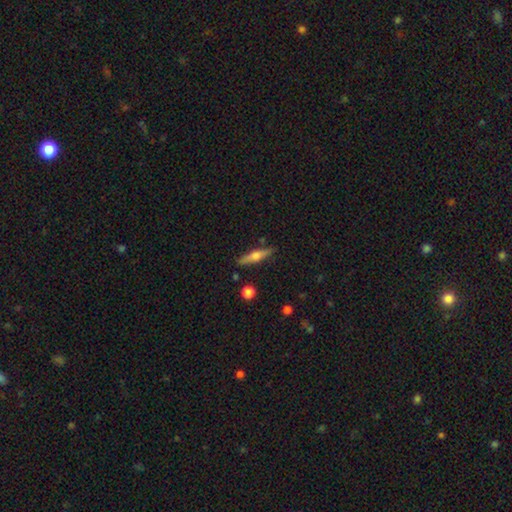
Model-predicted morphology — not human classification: Smooth or featured? Predicted: featured or disk (p=0.49). Merging? Predicted: none (p=0.86).